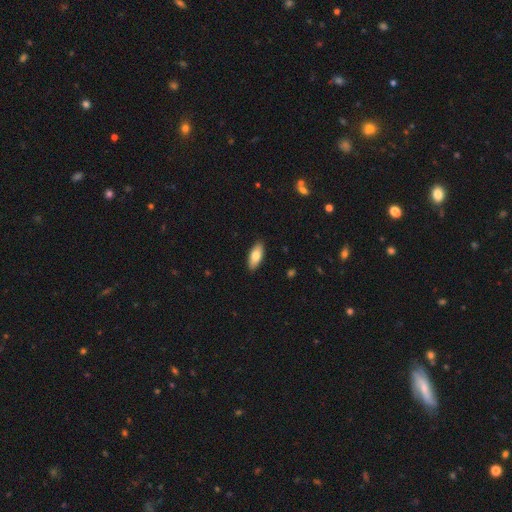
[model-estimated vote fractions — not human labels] This appears to be a smooth galaxy with no disk features (79%) that is in between round and cigar-shaped (83%). Merging: none (90%).